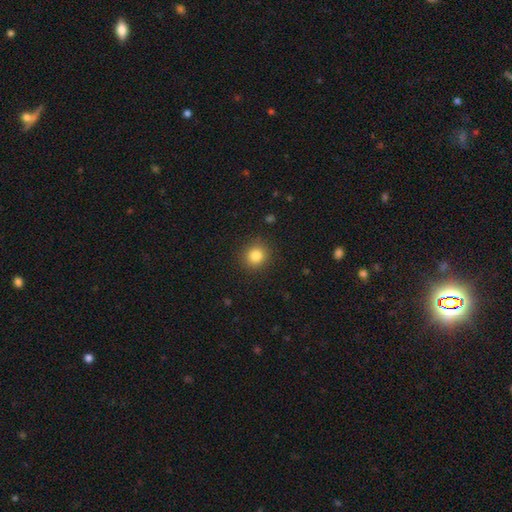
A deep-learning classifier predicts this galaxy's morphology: smooth_or_featured: smooth (p=0.84) [alt: star or artifact p=0.11]
how_rounded: round (p=0.87) [alt: in between p=0.12]
merging: none (p=0.89) [alt: minor disturbance p=0.07]